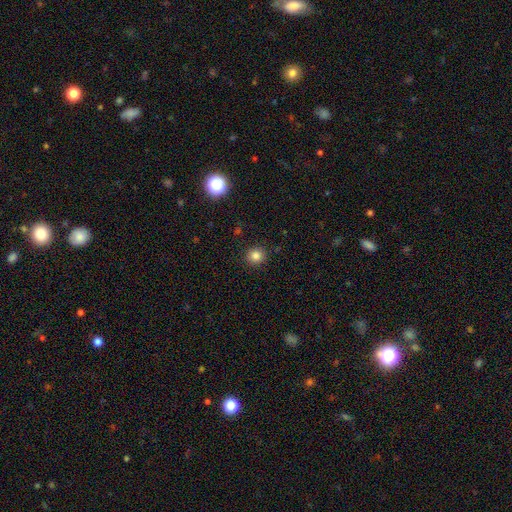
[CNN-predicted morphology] The model was most divided on "smooth or featured": smooth: 83%, star or artifact: 12%, featured or disk: 5%. More confident: merging — none (91%); how rounded — round (90%).